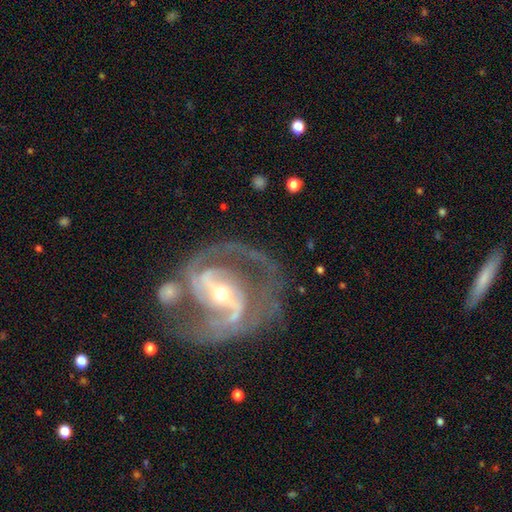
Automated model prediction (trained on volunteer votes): Smooth or featured? featured or disk (91%)
Edge-on disk? no (97%)
Bar? strong (45%)
Spiral arms? yes (97%)
Spiral winding? medium (56%)
Spiral arm count? 2 (81%)
Bulge size? small (49%)
Merging? none (50%)